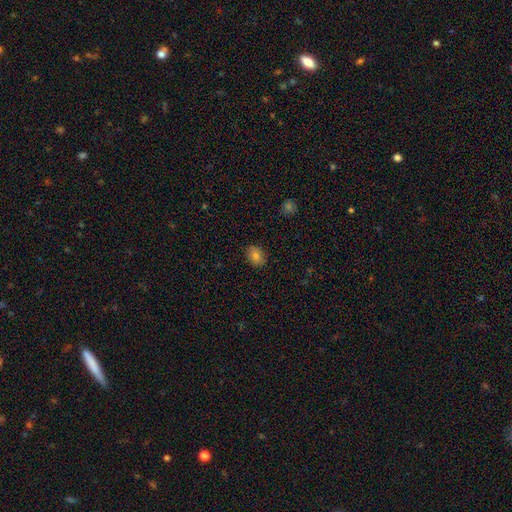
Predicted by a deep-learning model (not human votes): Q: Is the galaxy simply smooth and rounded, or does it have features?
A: smooth — 80%.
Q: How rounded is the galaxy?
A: in between — 64%.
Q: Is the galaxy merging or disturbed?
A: none — 86%.